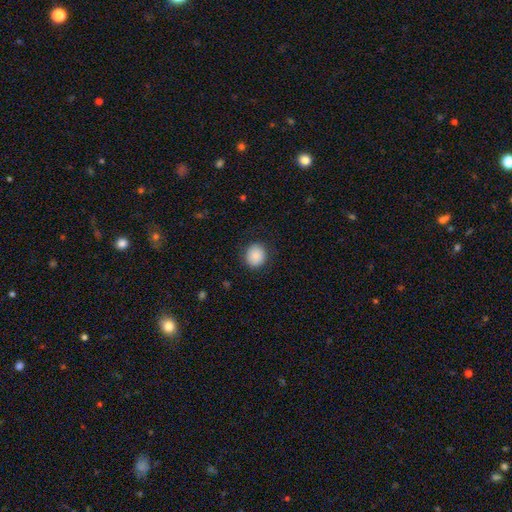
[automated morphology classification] The model was most divided on "how rounded": round: 83%, in between: 16%, cigar-shaped: 1%. More confident: smooth or featured — smooth (88%); merging — none (87%).